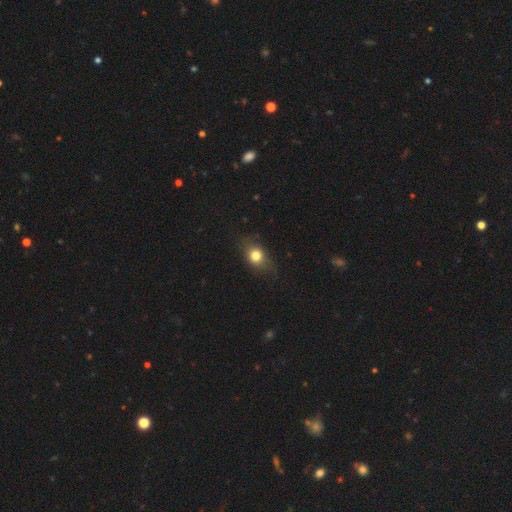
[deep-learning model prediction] smooth-or-featured: smooth: 74% | featured or disk: 14% | star or artifact: 11%
  how-rounded: round: 50% | in between: 47% | cigar-shaped: 3%
  merging: none: 72% | minor disturbance: 20% | major disturbance: 7% | merger: 1%